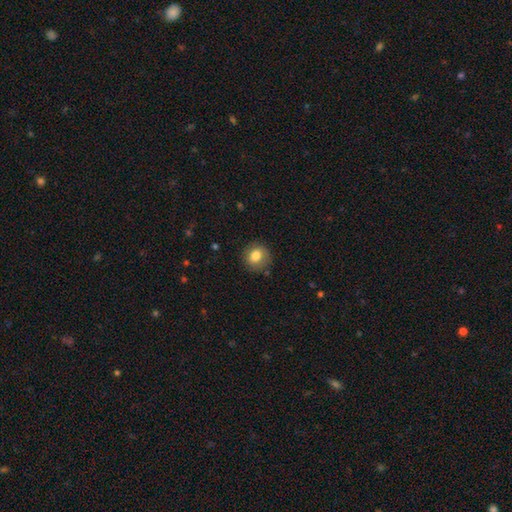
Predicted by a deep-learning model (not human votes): Morphology: type=smooth (80%); roundness=round (83%); merging=none (84%).